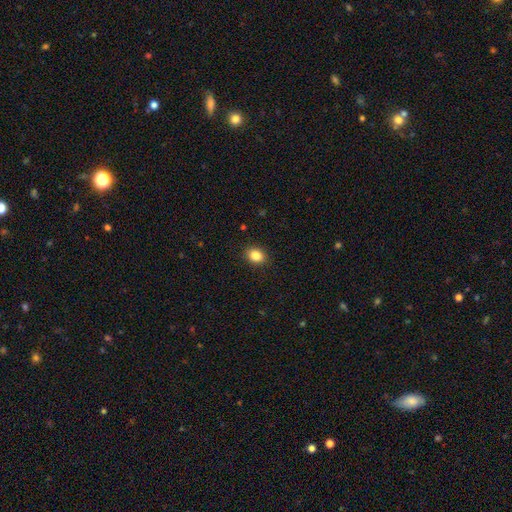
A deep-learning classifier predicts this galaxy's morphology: smooth-or-featured: smooth: 85% | star or artifact: 10% | featured or disk: 5%
  how-rounded: in between: 54% | round: 45% | cigar-shaped: 1%
  merging: none: 90% | minor disturbance: 7% | major disturbance: 2% | merger: 1%